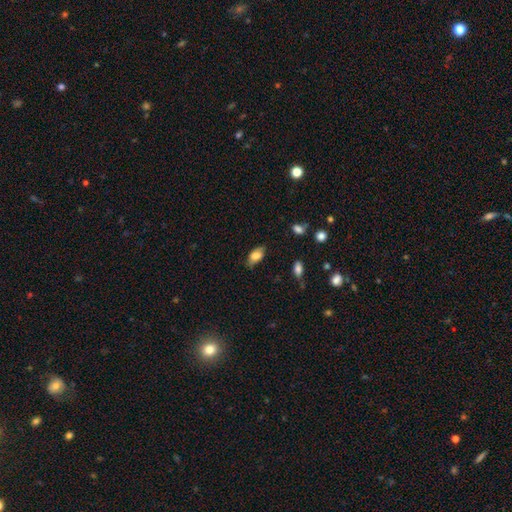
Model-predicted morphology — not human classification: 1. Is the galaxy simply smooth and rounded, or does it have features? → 76% smooth, 16% featured or disk, 8% star or artifact.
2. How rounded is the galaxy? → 89% in between, 6% cigar-shaped, 5% round.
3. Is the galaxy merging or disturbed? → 75% none, 20% minor disturbance, 4% major disturbance, 1% merger.